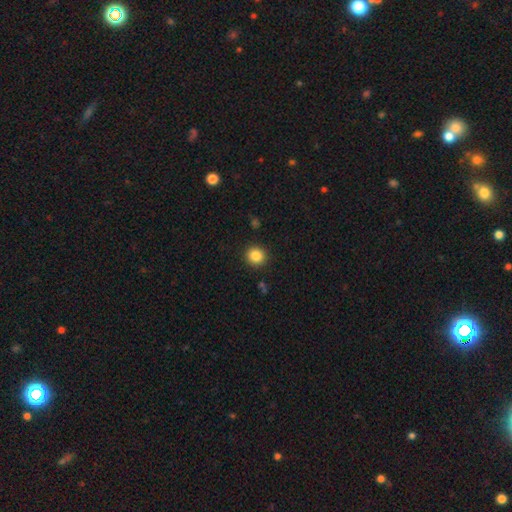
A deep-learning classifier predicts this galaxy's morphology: Q: Smooth or featured?
A: smooth (86%); runner-up: star or artifact (10%)
Q: How rounded?
A: round (89%); runner-up: in between (10%)
Q: Merging?
A: none (91%); runner-up: minor disturbance (6%)